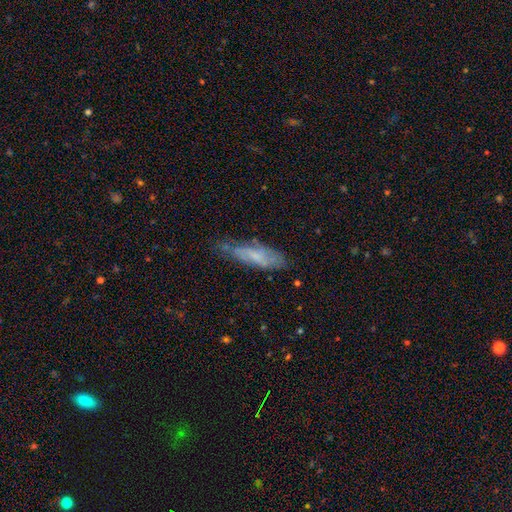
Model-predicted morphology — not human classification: The model was most divided on "smooth or featured": smooth: 48%, featured or disk: 44%, star or artifact: 8%. More confident: merging — none (56%).